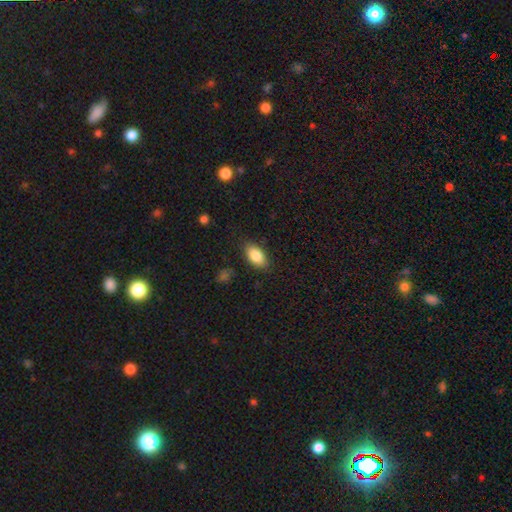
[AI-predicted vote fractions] A smooth galaxy with no disk features (86%) that is in between round and cigar-shaped (91%).

Vote fractions:
- Smooth or featured? smooth: 86% / star or artifact: 7% / featured or disk: 7%
- How rounded? in between: 91% / round: 5% / cigar-shaped: 4%
- Merging? none: 84% / minor disturbance: 12% / major disturbance: 3% / merger: 1%